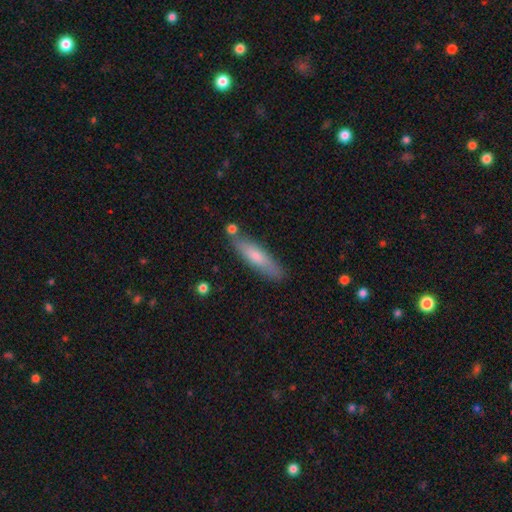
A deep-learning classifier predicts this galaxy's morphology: smooth 67%, featured or disk 26%, star or artifact 6%. Down the decision tree: how rounded — cigar-shaped (77%); merging — none (80%).